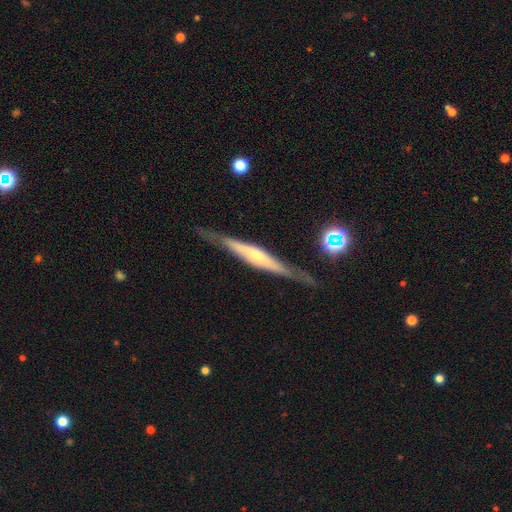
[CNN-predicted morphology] Q: Smooth or featured?
A: featured or disk (71%); runner-up: smooth (22%)
Q: Edge-on disk?
A: yes (93%); runner-up: no (7%)
Q: Edge-on bulge?
A: rounded (62%); runner-up: boxy (20%)
Q: Merging?
A: none (81%); runner-up: minor disturbance (14%)